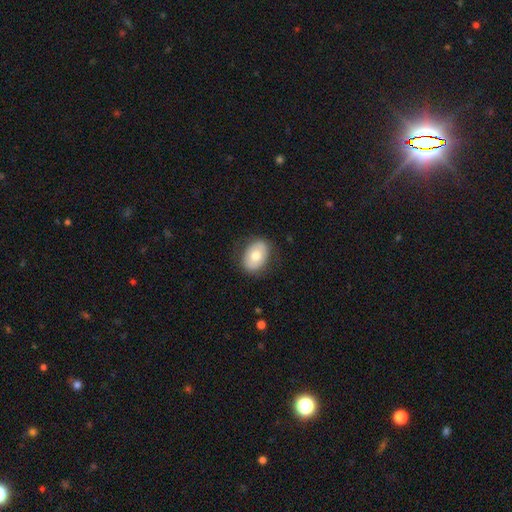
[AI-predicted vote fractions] Overall: smooth (70%). How rounded: in between (76%). Merging: none (82%).